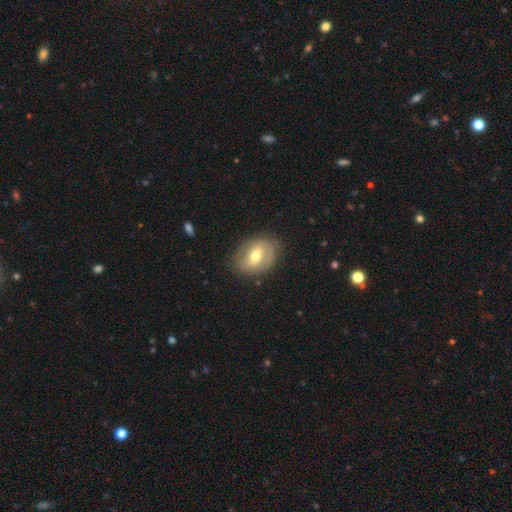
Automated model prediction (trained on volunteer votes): This is possibly a featured or disk galaxy (53%). It is clearly not viewed edge-on (93%). Merging: likely none (76%).